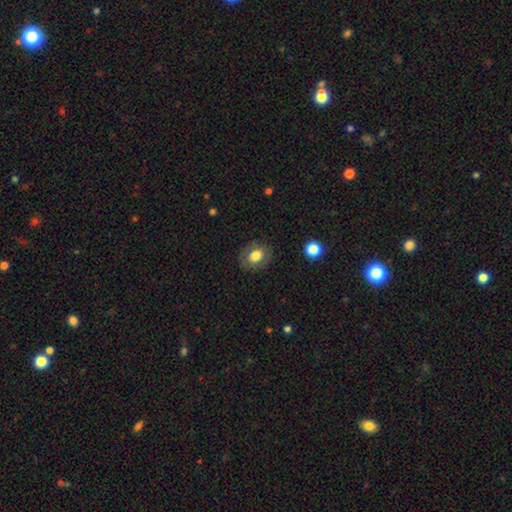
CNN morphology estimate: Smooth or featured? Predicted: smooth (p=0.71). How rounded? Predicted: in between (p=0.56). Merging? Predicted: none (p=0.83).